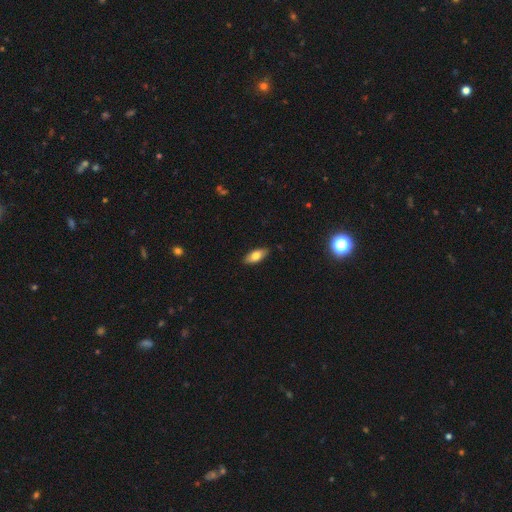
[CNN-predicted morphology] smooth-or-featured: smooth: 73% | featured or disk: 20% | star or artifact: 7%
  how-rounded: in between: 82% | cigar-shaped: 15% | round: 3%
  merging: none: 86% | minor disturbance: 11% | major disturbance: 2% | merger: 1%